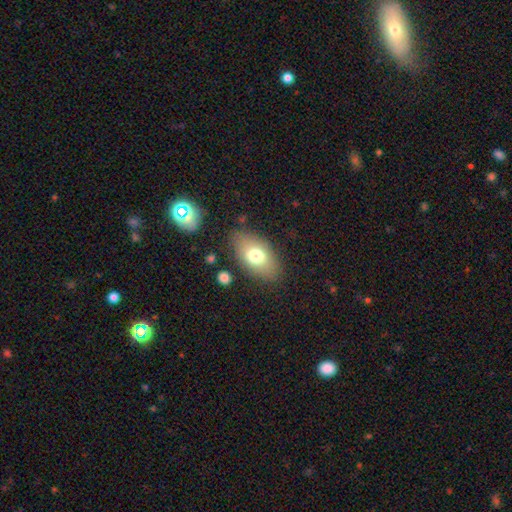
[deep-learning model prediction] Smooth or featured: smooth — 72% (featured or disk — 20%)
How rounded: in between — 90% (round — 7%)
Merging: none — 80% (minor disturbance — 14%)